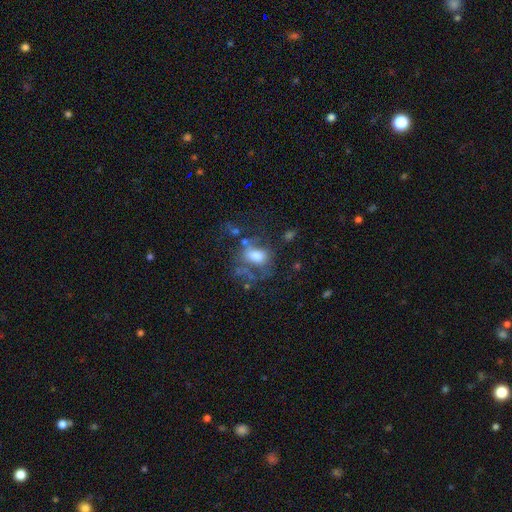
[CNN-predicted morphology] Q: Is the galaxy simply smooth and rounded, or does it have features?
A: smooth — 47%.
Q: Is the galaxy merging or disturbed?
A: none — 35%.